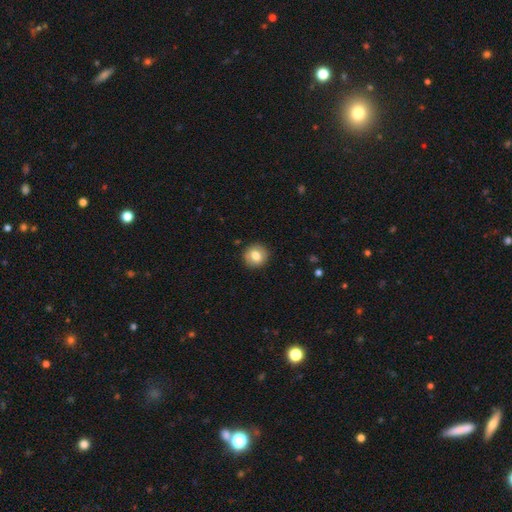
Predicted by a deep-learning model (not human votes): This appears to be a smooth galaxy with no disk features (78%) that is round (90%). Merging: none (90%).